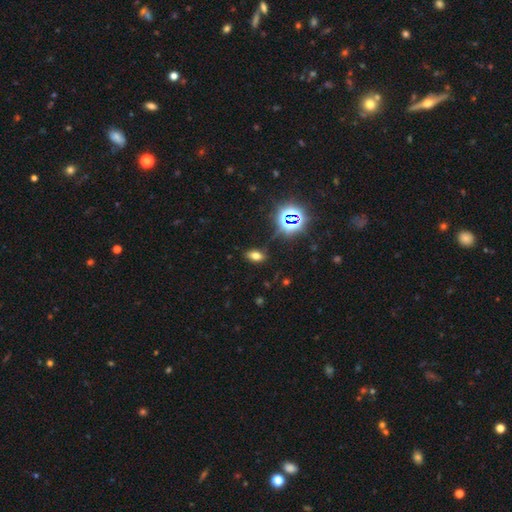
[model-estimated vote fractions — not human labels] A smooth galaxy with no disk features (63%) that is in between round and cigar-shaped (86%). Merging: none (84%).